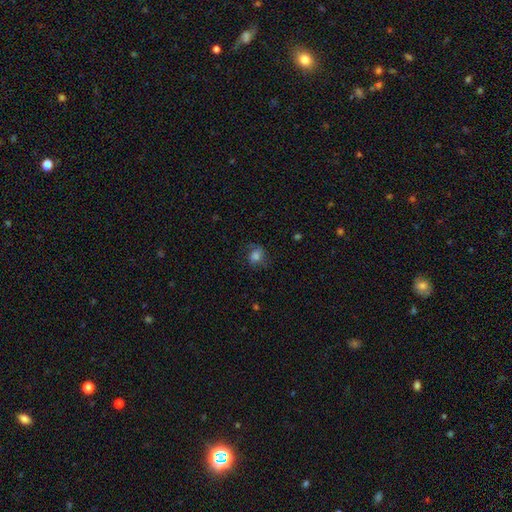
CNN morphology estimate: The model was most divided on "how rounded": round: 64%, in between: 35%, cigar-shaped: 1%. More confident: smooth or featured — smooth (69%); merging — none (63%).